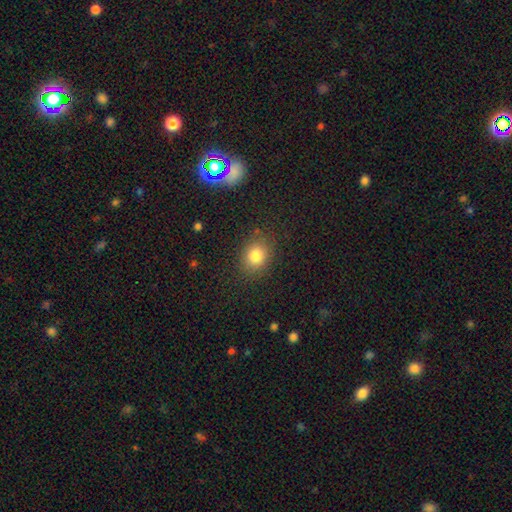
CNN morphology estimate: smooth 81%, star or artifact 11%, featured or disk 7%. Down the decision tree: how rounded — round (52%); merging — none (84%).